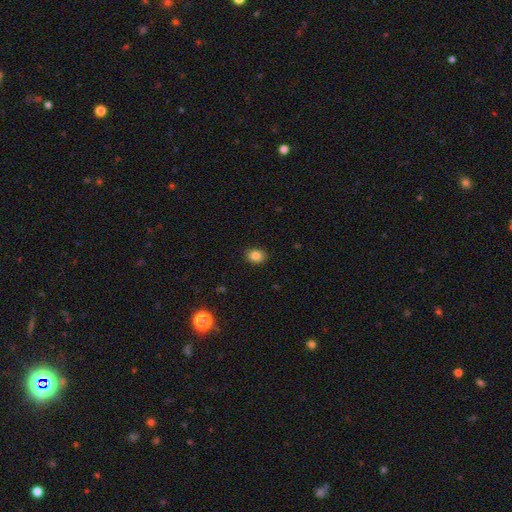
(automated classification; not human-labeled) Smooth or featured?
  - smooth: 84% *
  - star or artifact: 10%
  - featured or disk: 5%
How rounded?
  - in between: 54% *
  - round: 45%
  - cigar-shaped: 1%
Merging?
  - none: 89% *
  - minor disturbance: 8%
  - major disturbance: 2%
  - merger: 1%